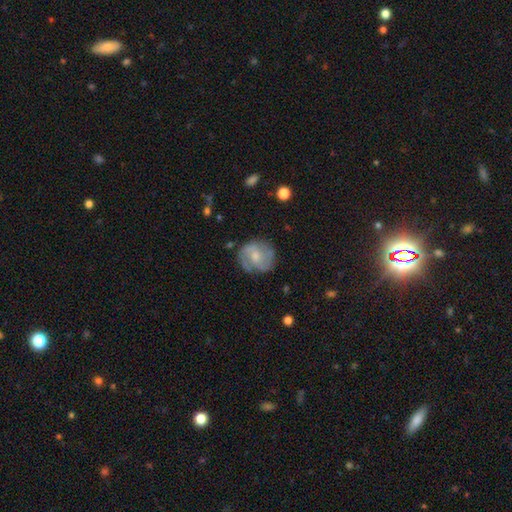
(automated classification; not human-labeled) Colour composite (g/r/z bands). It shows a featured or disk galaxy (58%) with no bar (61%), spiral arms (81%) and a moderate central bulge (45%, tied with small). Merging: none (73%).